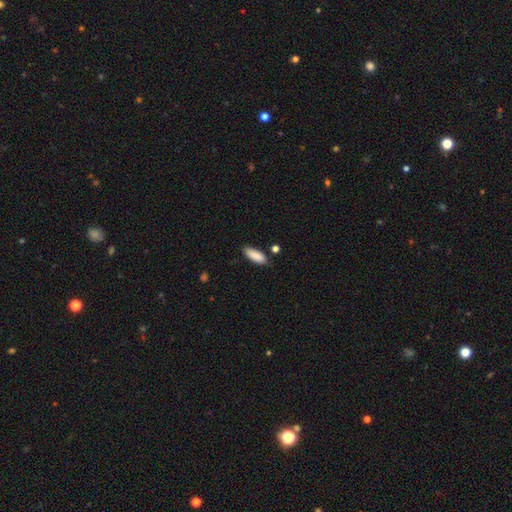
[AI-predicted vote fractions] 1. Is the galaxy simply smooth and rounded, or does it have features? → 88% smooth, 6% star or artifact, 5% featured or disk.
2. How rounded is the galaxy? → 67% in between, 32% cigar-shaped, 2% round.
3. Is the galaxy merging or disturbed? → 79% none, 15% minor disturbance, 3% merger, 3% major disturbance.